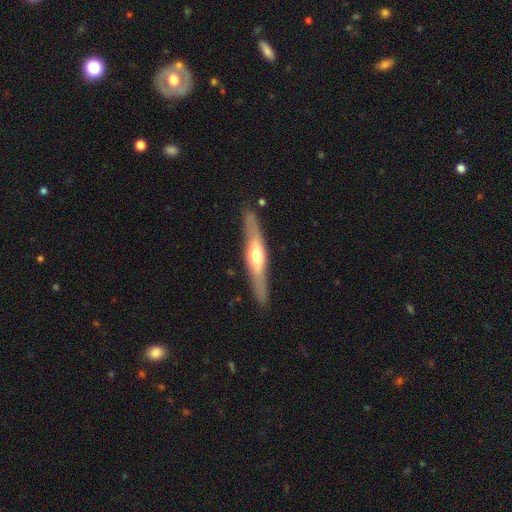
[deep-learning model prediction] This appears to be a featured or disk galaxy (64%) viewed edge-on (91%) with a rounded central bulge (89%). Merging: none (87%).